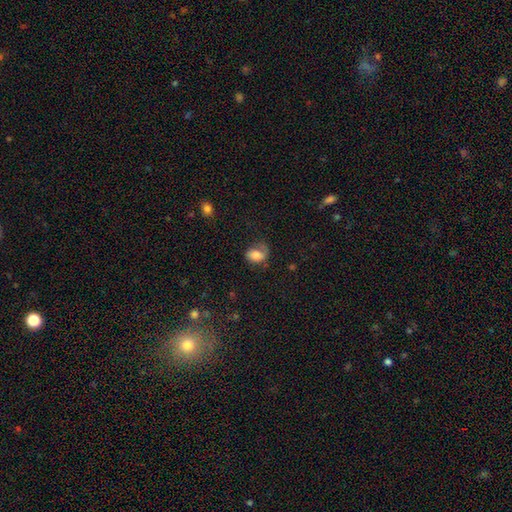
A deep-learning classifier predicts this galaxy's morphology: smooth 71%, featured or disk 20%, star or artifact 9%. Down the decision tree: how rounded — in between (69%); merging — none (48%).